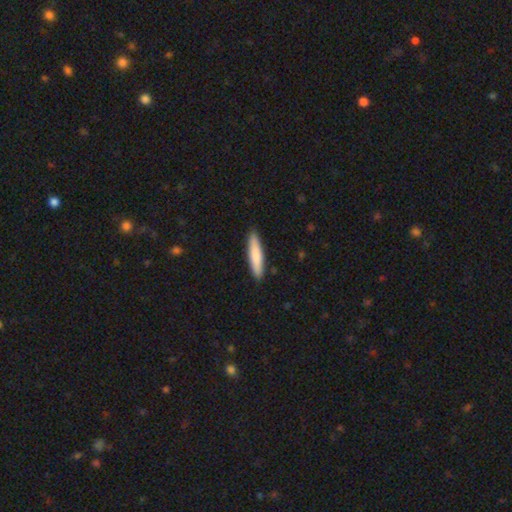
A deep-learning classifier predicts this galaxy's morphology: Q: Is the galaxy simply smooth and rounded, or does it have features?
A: smooth — 81%.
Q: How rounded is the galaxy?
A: cigar-shaped — 84%.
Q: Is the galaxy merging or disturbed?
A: none — 90%.